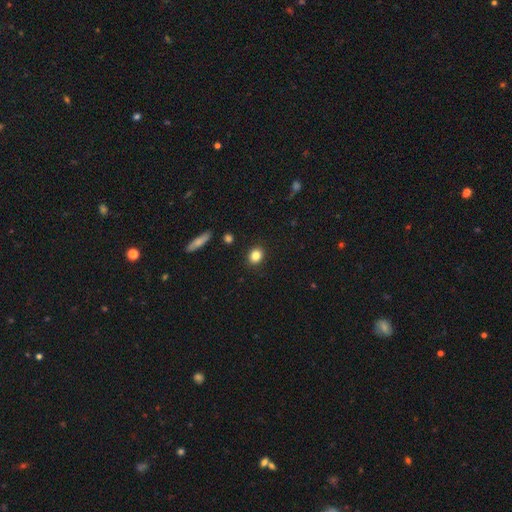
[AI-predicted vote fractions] Overall: smooth (84%). How rounded: round (66%; in between 33%). Merging: none (90%).